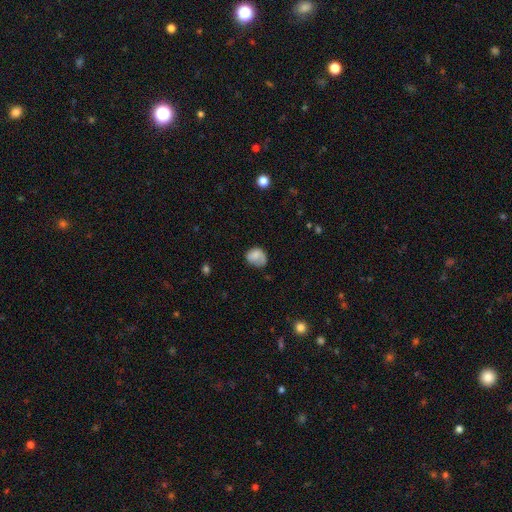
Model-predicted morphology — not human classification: The model was most divided on "how rounded": round: 55%, in between: 44%, cigar-shaped: 1%. More confident: smooth or featured — smooth (73%); merging — none (53%).